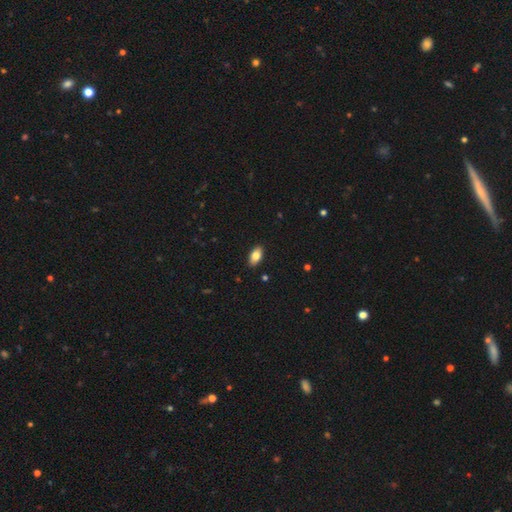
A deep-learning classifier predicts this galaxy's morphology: A smooth galaxy with no disk features (82%) that is in between round and cigar-shaped (92%). Merging: none (89%).